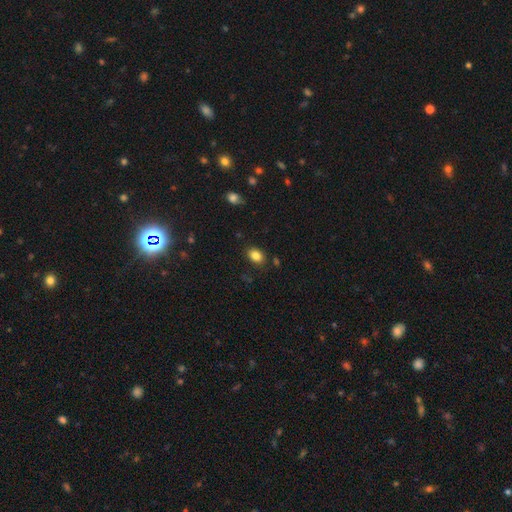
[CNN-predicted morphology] Smooth or featured? Predicted: smooth (p=0.84). How rounded? Predicted: in between (p=0.72). Merging? Predicted: none (p=0.84).